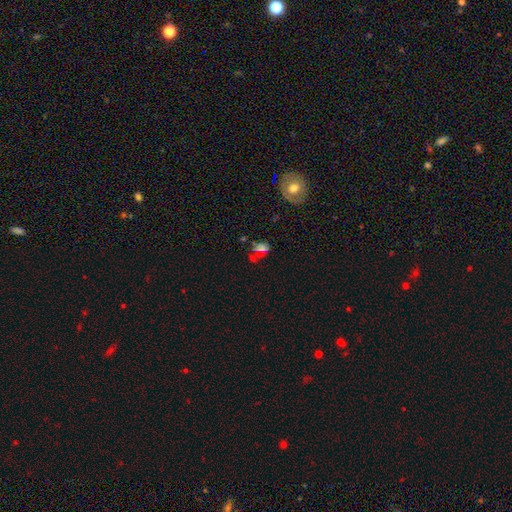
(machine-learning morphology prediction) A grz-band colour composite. It shows a star or artifact, not a galaxy (45%).